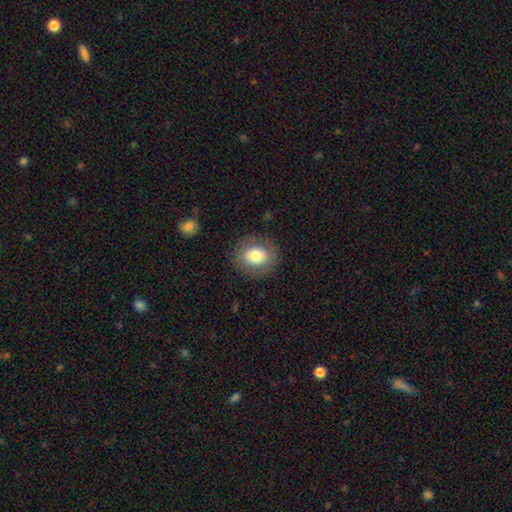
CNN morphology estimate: smooth 74%, featured or disk 17%, star or artifact 9%. Down the decision tree: how rounded — round (75%); merging — none (85%).